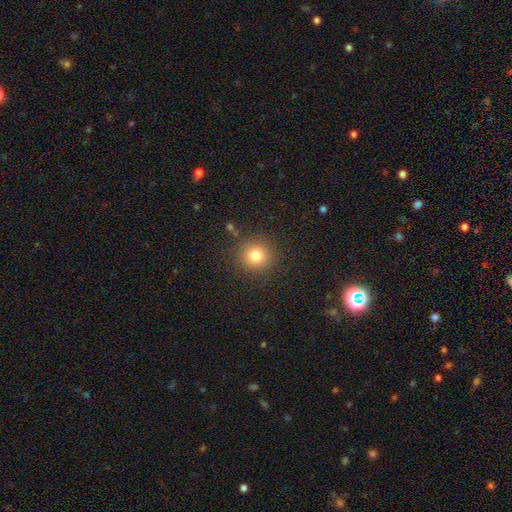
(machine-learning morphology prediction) Smooth or featured: smooth — 80% (star or artifact — 13%)
How rounded: round — 93% (in between — 6%)
Merging: none — 88% (minor disturbance — 7%)